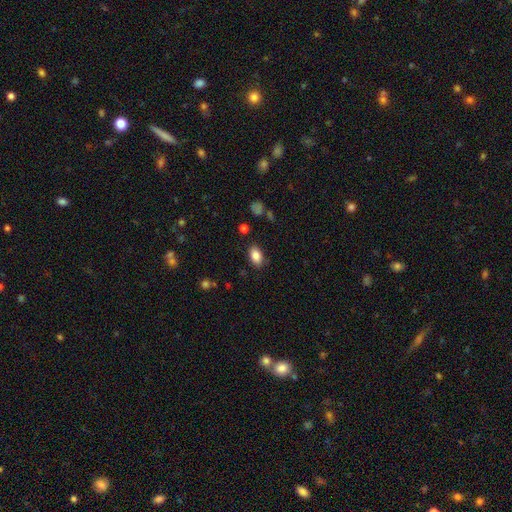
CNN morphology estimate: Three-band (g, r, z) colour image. It shows a smooth galaxy with no disk features (85%) that is in between round and cigar-shaped (90%). Merging: none (85%).